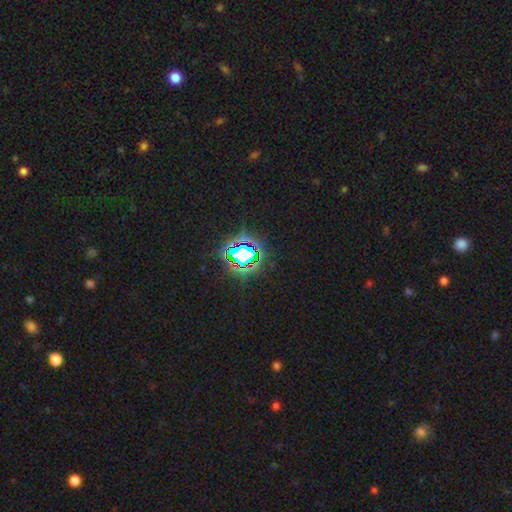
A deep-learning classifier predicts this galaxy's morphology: star or artifact 78%, smooth 14%, featured or disk 8%.